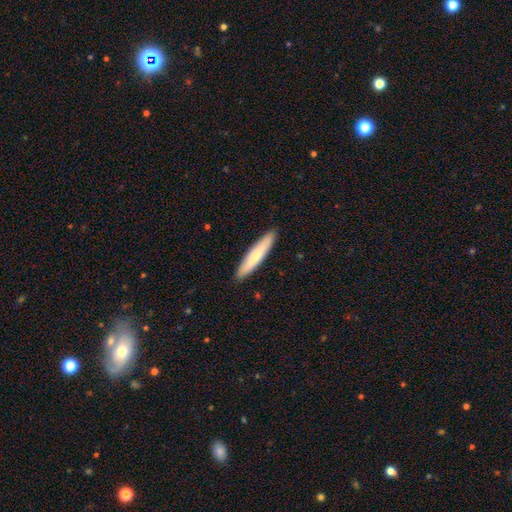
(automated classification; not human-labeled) Q: Smooth or featured?
A: smooth (71%); runner-up: featured or disk (24%)
Q: How rounded?
A: cigar-shaped (90%); runner-up: in between (9%)
Q: Merging?
A: none (91%); runner-up: minor disturbance (6%)